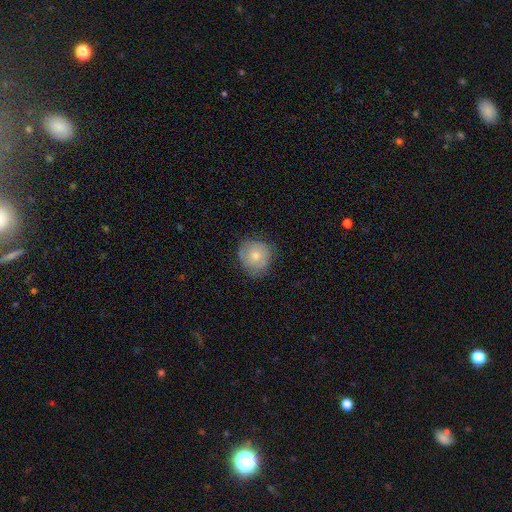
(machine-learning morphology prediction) Overall: smooth (65%; featured or disk 28%). How rounded: round (87%). Merging: none (71%).